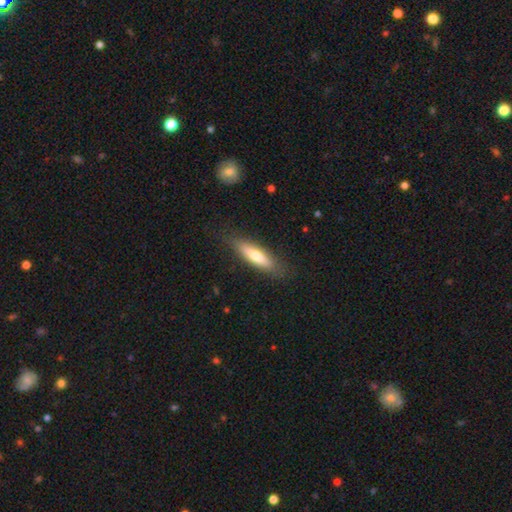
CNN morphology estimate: Smooth or featured?
  - smooth: 66% *
  - featured or disk: 28%
  - star or artifact: 6%
How rounded?
  - cigar-shaped: 64% *
  - in between: 34%
  - round: 2%
Merging?
  - none: 84% *
  - minor disturbance: 12%
  - major disturbance: 3%
  - merger: 1%